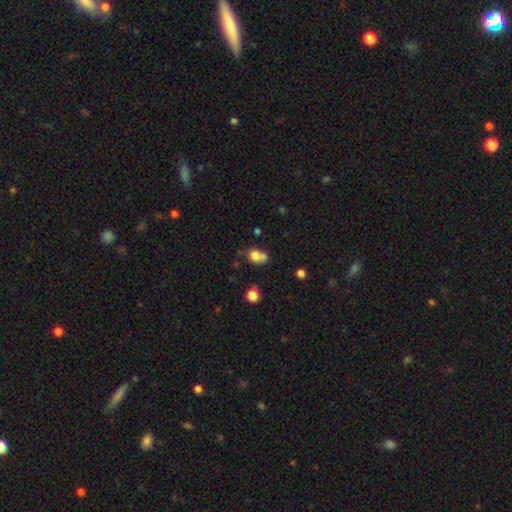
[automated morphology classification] smooth_or_featured: smooth (p=0.75) [alt: featured or disk p=0.13]
how_rounded: round (p=0.58) [alt: in between p=0.40]
merging: merger (p=0.42) [alt: none p=0.35]